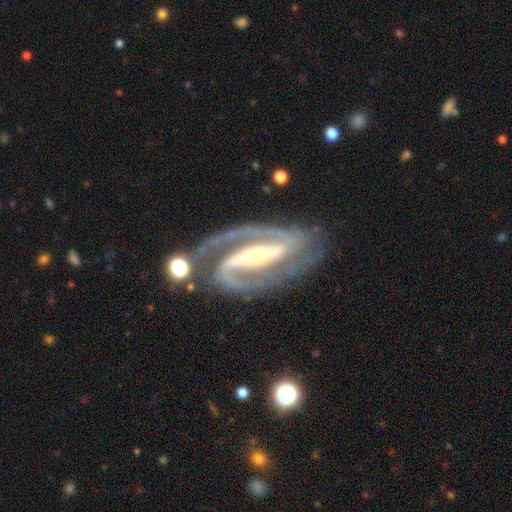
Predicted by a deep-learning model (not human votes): Morphology: type=featured or disk (93%); edge-on=no (96%); bar=strong (78%); spiral arms=yes (98%); winding=medium (51%); arm count=2 (92%); bulge=small (46%); merging=none (76%).